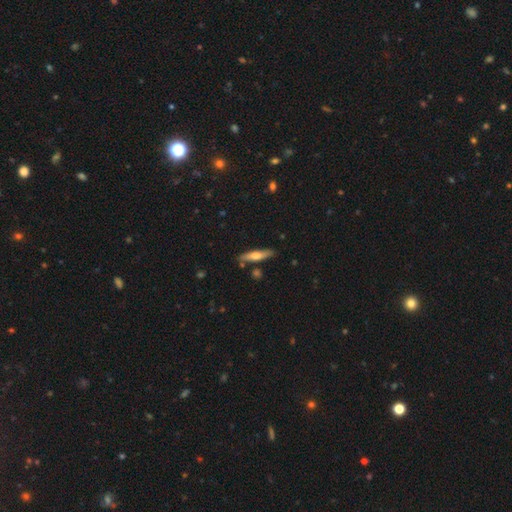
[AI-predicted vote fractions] A smooth galaxy with no disk features (55%) that is cigar-shaped (84%). Merging: none (82%).